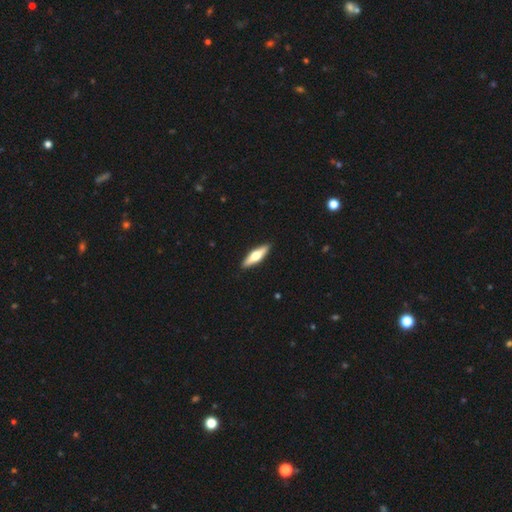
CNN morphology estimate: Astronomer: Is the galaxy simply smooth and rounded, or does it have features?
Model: featured or disk — 49% (runner-up: smooth, 46%).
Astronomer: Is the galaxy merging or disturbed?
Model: none — 91%.